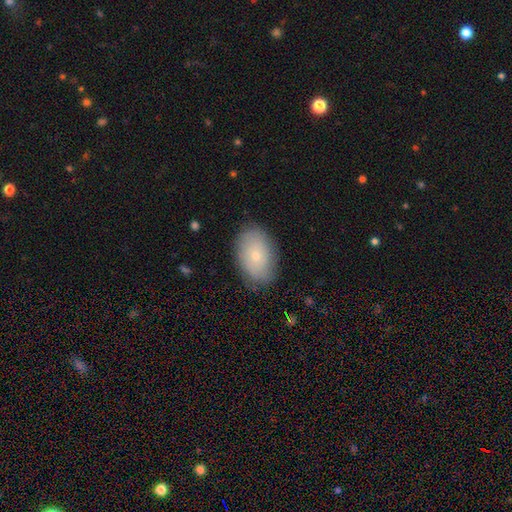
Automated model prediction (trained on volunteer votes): This appears to be a smooth galaxy with no disk features (68%) that is in between round and cigar-shaped (88%). Merging: none (82%).